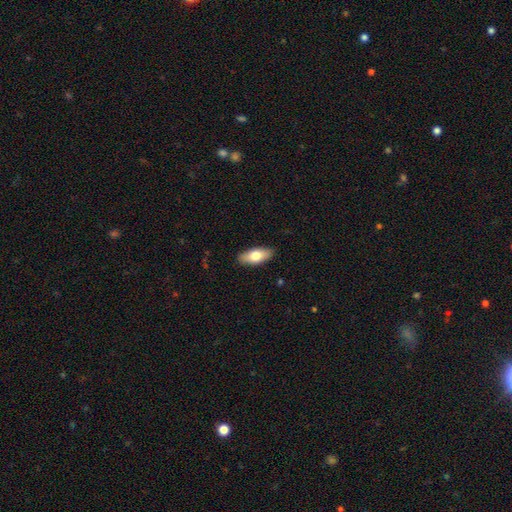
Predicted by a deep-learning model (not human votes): smooth 73%, featured or disk 21%, star or artifact 6%. Down the decision tree: how rounded — in between (83%); merging — none (88%).